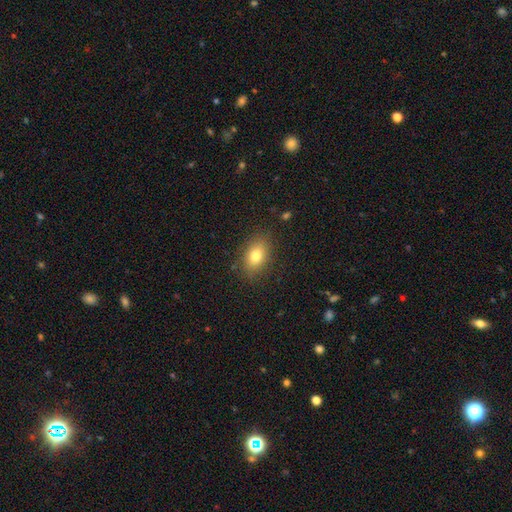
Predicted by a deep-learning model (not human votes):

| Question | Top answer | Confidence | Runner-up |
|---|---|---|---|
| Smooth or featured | smooth | 78% | featured or disk (11%) |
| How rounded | in between | 78% | round (20%) |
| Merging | none | 84% | minor disturbance (11%) |